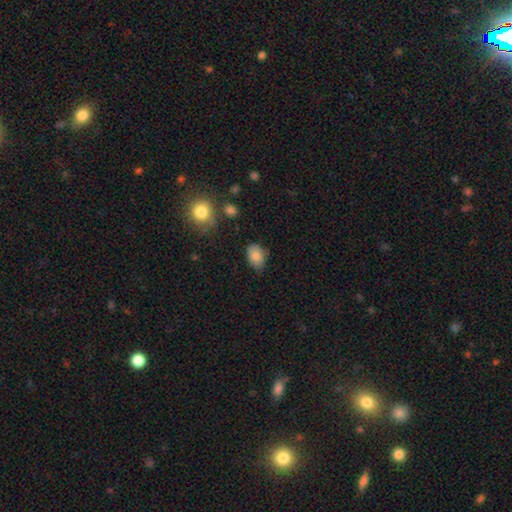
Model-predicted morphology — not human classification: A smooth galaxy with no disk features (82%) that is in between round and cigar-shaped (82%).

Vote fractions:
- Smooth or featured? smooth: 82% / featured or disk: 9% / star or artifact: 9%
- How rounded? in between: 82% / round: 16% / cigar-shaped: 1%
- Merging? none: 69% / minor disturbance: 25% / major disturbance: 4% / merger: 2%